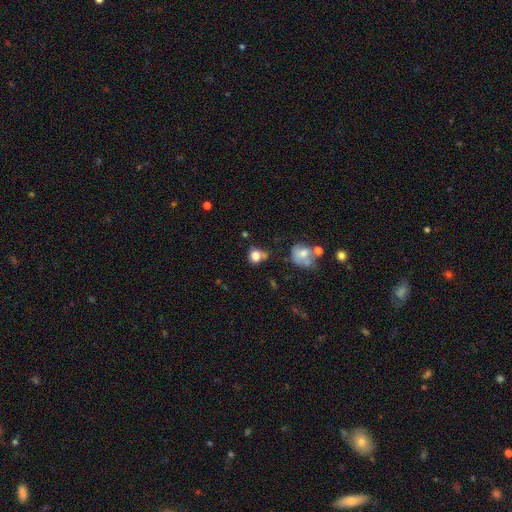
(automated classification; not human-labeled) Smooth or featured?
  - smooth: 79% *
  - star or artifact: 12%
  - featured or disk: 9%
How rounded?
  - round: 71% *
  - in between: 28%
  - cigar-shaped: 1%
Merging?
  - none: 50% *
  - minor disturbance: 22%
  - merger: 17%
  - major disturbance: 11%